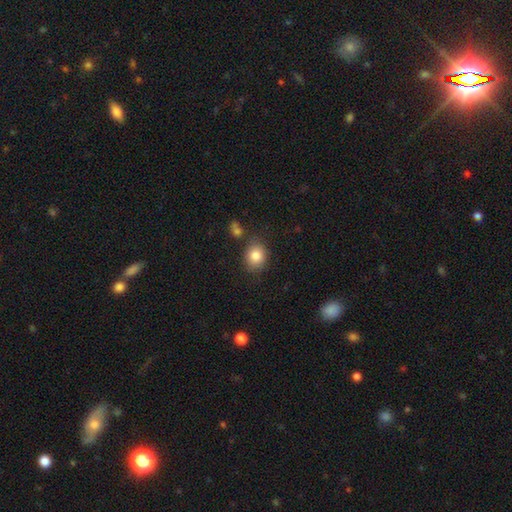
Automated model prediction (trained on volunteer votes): Overall: smooth (85%). How rounded: round (65%; in between 34%). Merging: none (76%).